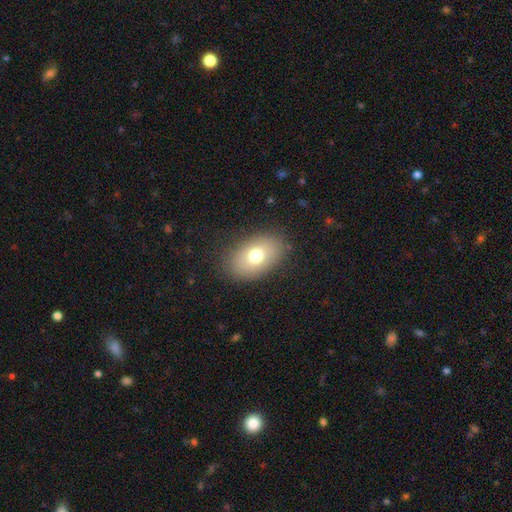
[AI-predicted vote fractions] smooth-or-featured: smooth: 72% | featured or disk: 18% | star or artifact: 10%
  how-rounded: in between: 86% | round: 12% | cigar-shaped: 1%
  merging: none: 84% | minor disturbance: 11% | major disturbance: 4% | merger: 1%